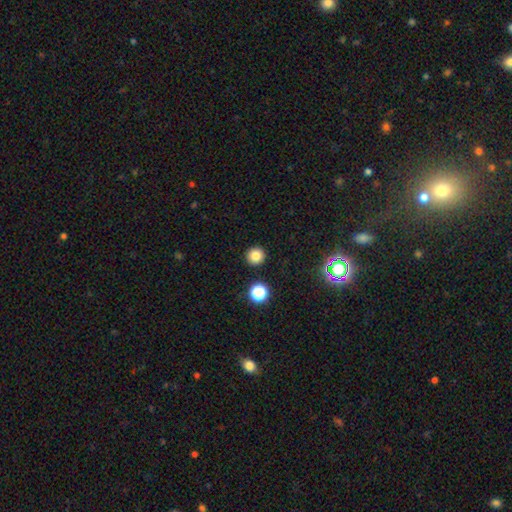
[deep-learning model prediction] A smooth galaxy with no disk features (81%) that is round (96%).

Vote fractions:
- Smooth or featured? smooth: 81% / star or artifact: 14% / featured or disk: 5%
- How rounded? round: 96% / in between: 3% / cigar-shaped: 1%
- Merging? none: 92% / minor disturbance: 5% / major disturbance: 2% / merger: 2%